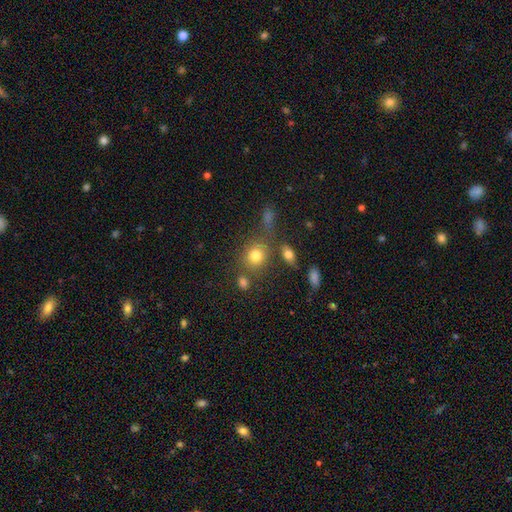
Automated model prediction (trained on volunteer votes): Q: Smooth or featured?
A: smooth (78%); runner-up: star or artifact (12%)
Q: How rounded?
A: round (69%); runner-up: in between (29%)
Q: Merging?
A: none (62%); runner-up: merger (17%)